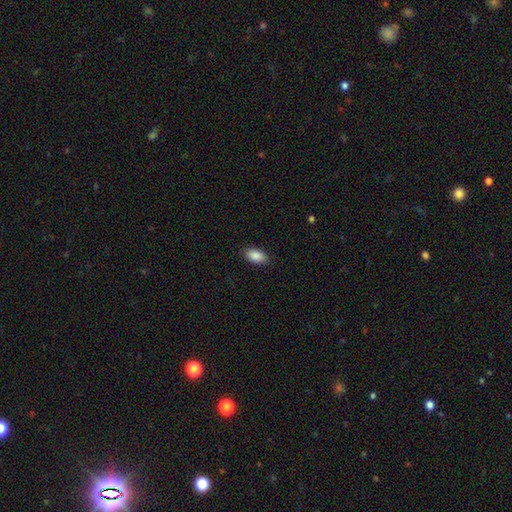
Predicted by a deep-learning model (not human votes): smooth_or_featured: smooth (p=0.89) [alt: star or artifact p=0.07]
how_rounded: in between (p=0.93) [alt: round p=0.04]
merging: none (p=0.88) [alt: minor disturbance p=0.09]